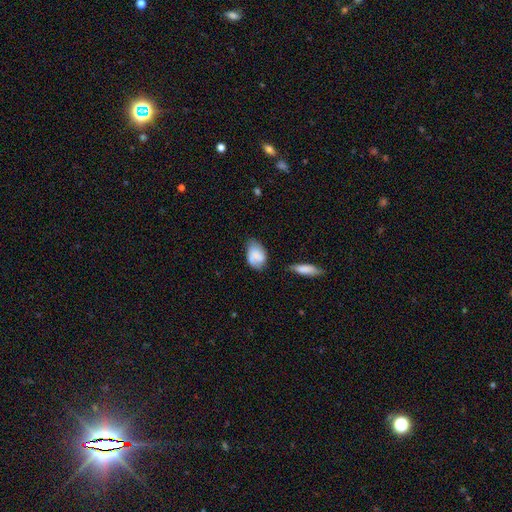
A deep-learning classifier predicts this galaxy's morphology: Smooth or featured? smooth (69%)
How rounded? in between (88%)
Merging? none (49%)